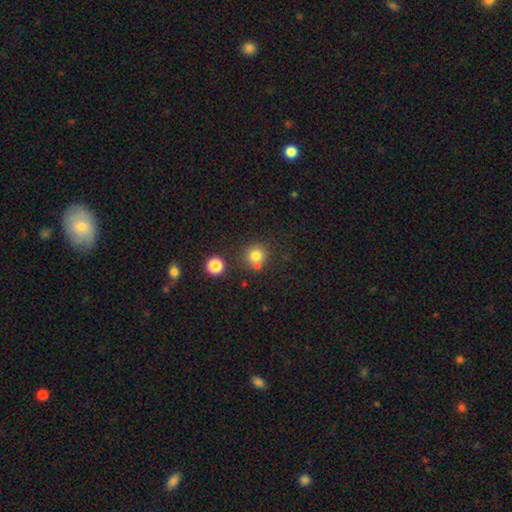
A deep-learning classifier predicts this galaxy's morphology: This is likely a smooth galaxy (78%). How rounded: clearly round (90%). Merging: likely none (66%).